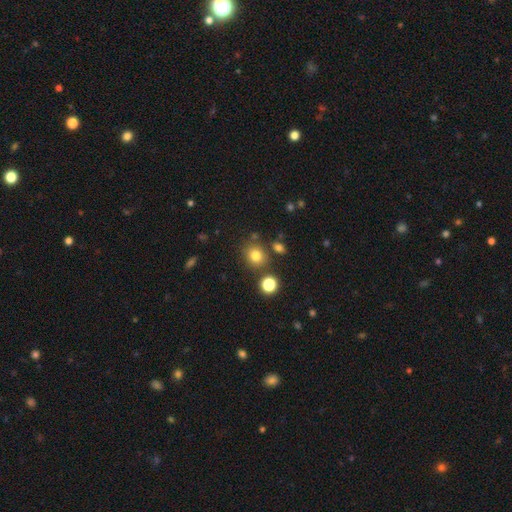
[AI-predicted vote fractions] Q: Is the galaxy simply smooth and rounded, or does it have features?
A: smooth — 79%.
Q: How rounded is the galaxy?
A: round — 79%.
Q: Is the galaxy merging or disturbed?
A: none — 77%.